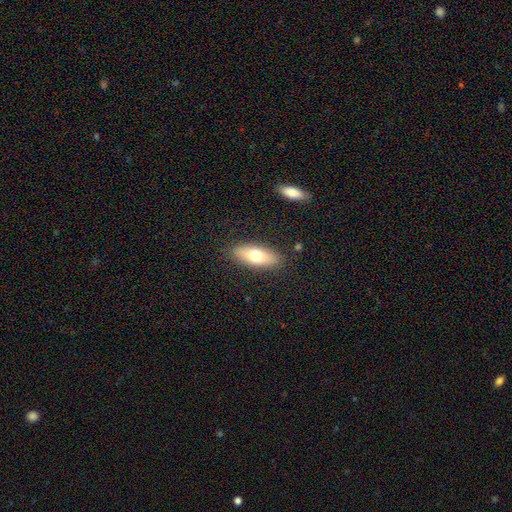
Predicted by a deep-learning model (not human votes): smooth 69%, featured or disk 24%, star or artifact 7%. Down the decision tree: how rounded — in between (73%); merging — none (86%).